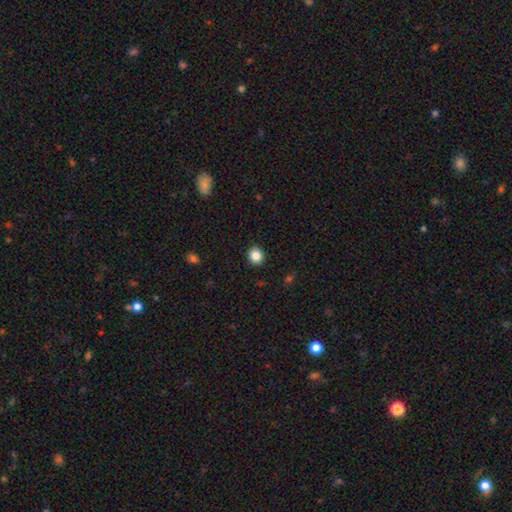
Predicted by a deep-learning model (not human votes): Smooth or featured? Predicted: smooth (p=0.86). How rounded? Predicted: round (p=0.82). Merging? Predicted: none (p=0.92).